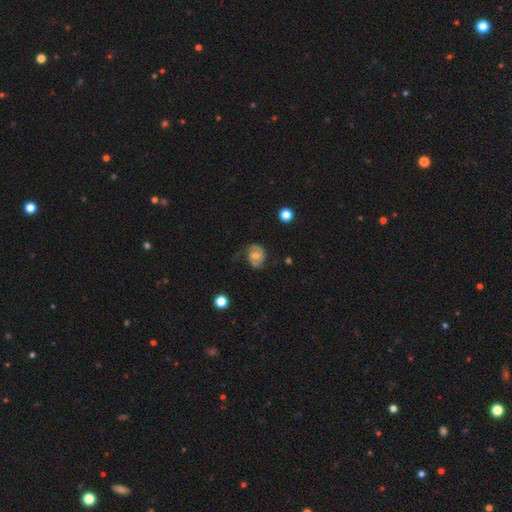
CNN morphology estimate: Smooth or featured?
  - featured or disk: 57% *
  - smooth: 35%
  - star or artifact: 8%
Edge-on disk?
  - no: 96% *
  - yes: 4%
Bar?
  - no: 56% *
  - weak: 35%
  - strong: 10%
Spiral arms?
  - yes: 72% *
  - no: 28%
Bulge size?
  - moderate: 67% *
  - small: 25%
  - large: 5%
  - none: 2%
  - dominant: 1%
Merging?
  - none: 64% *
  - minor disturbance: 24%
  - major disturbance: 10%
  - merger: 2%